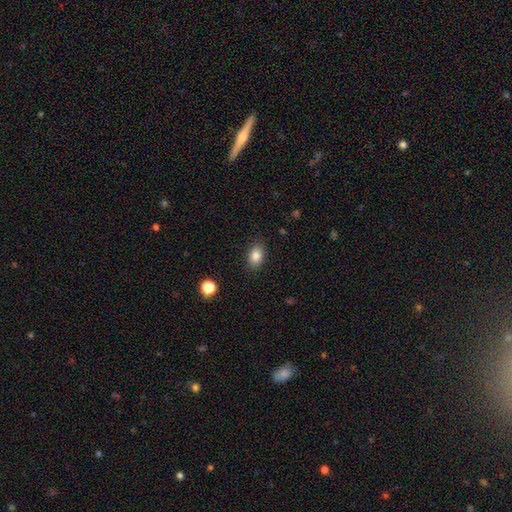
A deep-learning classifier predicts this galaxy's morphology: smooth_or_featured: smooth (p=0.84) [alt: star or artifact p=0.09]
how_rounded: in between (p=0.83) [alt: round p=0.16]
merging: none (p=0.86) [alt: minor disturbance p=0.10]